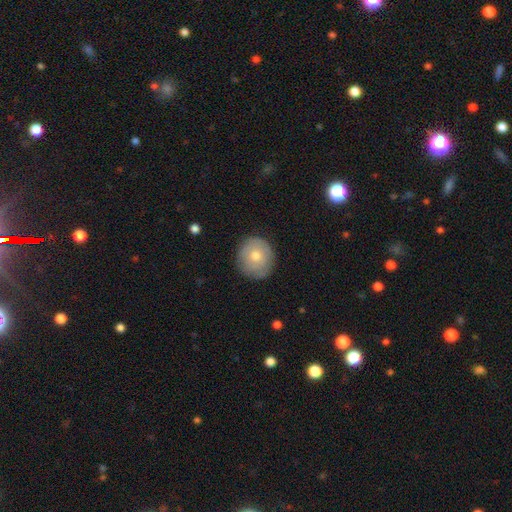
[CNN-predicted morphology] Smooth or featured?
  - smooth: 67% *
  - featured or disk: 25%
  - star or artifact: 8%
How rounded?
  - round: 89% *
  - in between: 10%
  - cigar-shaped: 1%
Merging?
  - none: 85% *
  - minor disturbance: 12%
  - major disturbance: 3%
  - merger: 1%